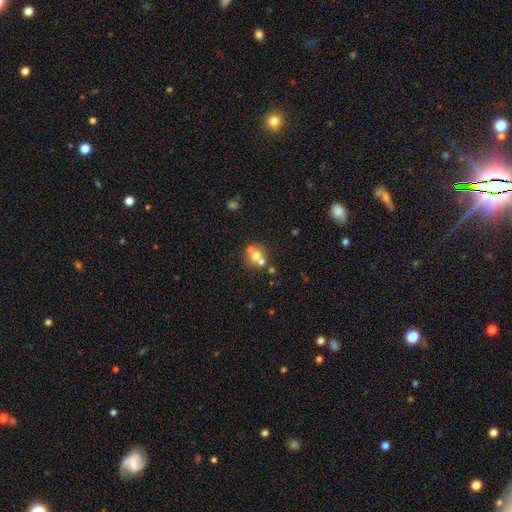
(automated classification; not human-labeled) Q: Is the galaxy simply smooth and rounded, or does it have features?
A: smooth — 56%.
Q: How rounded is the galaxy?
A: round — 80%.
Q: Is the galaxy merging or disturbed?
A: merger — 47%.